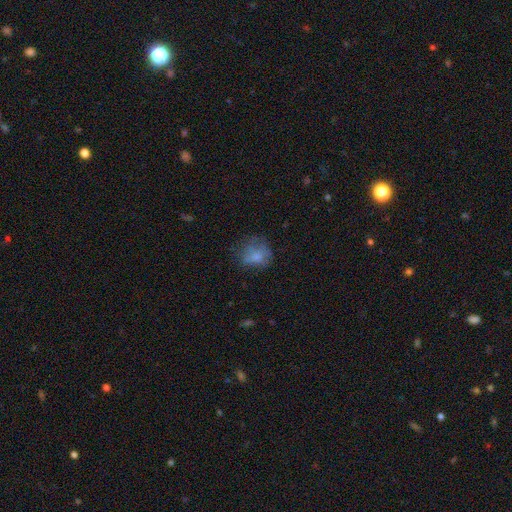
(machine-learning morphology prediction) type=smooth (67%); roundness=round (68%); merging=none (52%).